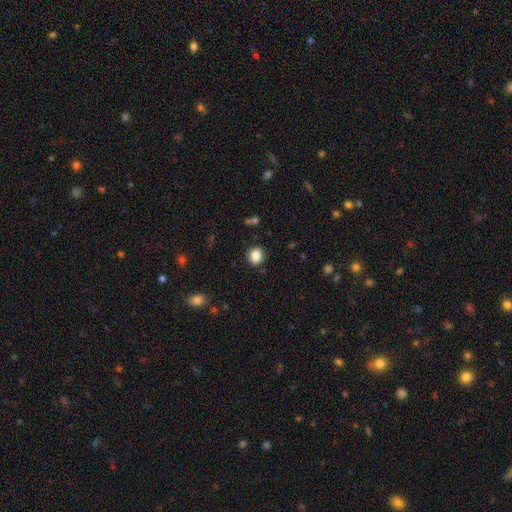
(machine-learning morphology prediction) Q: Smooth or featured?
A: smooth (86%); runner-up: star or artifact (10%)
Q: How rounded?
A: round (77%); runner-up: in between (22%)
Q: Merging?
A: none (90%); runner-up: minor disturbance (7%)